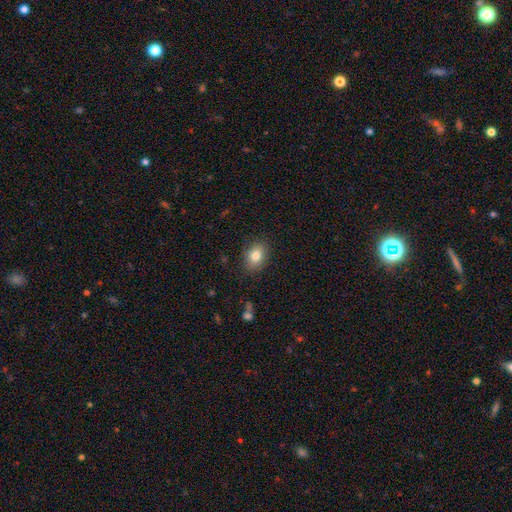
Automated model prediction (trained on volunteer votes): Smooth or featured: smooth — 81% (featured or disk — 10%)
How rounded: in between — 72% (round — 26%)
Merging: none — 86% (minor disturbance — 10%)